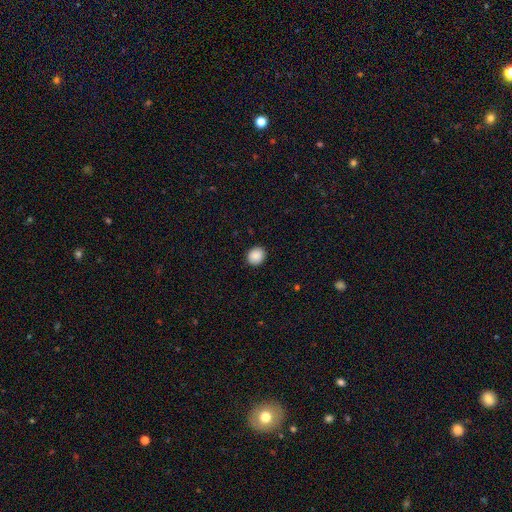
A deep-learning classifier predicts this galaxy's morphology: This is clearly a smooth galaxy (89%). How rounded: likely round (72%). Merging: clearly none (91%).